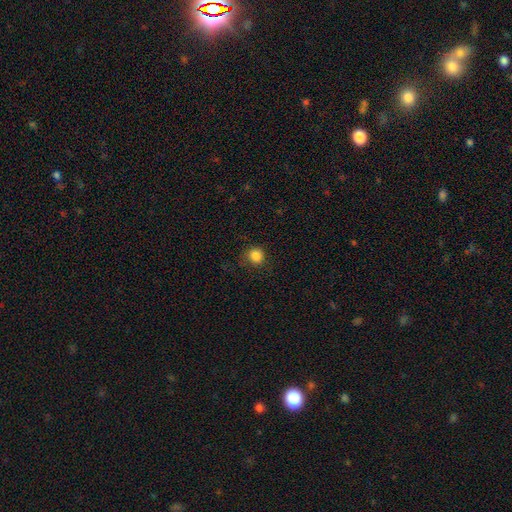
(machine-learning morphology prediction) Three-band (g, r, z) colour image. It shows a smooth galaxy with no disk features (85%) that is round (89%). Merging: none (82%).